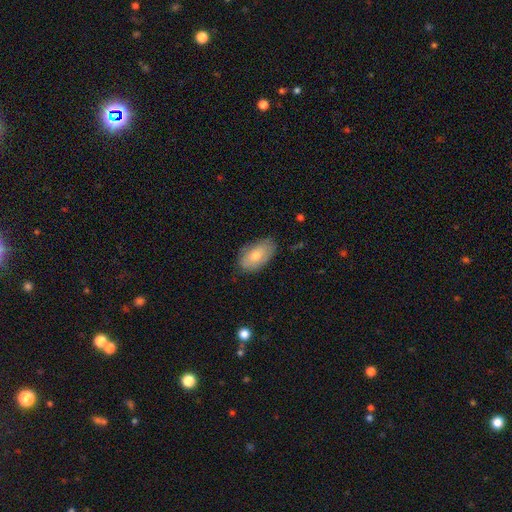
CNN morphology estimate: The model was most divided on "merging": none: 74%, minor disturbance: 20%, major disturbance: 4%, merger: 1%. More confident: how rounded — in between (94%); smooth or featured — smooth (76%).